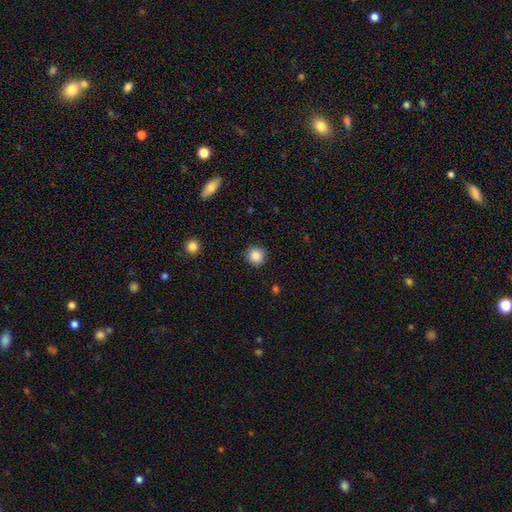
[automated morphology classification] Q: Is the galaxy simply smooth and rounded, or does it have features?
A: smooth — 86%.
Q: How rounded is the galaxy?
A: round — 93%.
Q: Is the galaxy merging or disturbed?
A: none — 90%.